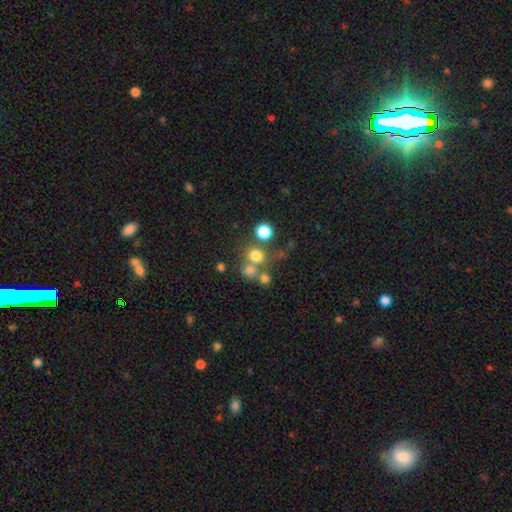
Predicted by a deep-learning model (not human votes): Smooth or featured? smooth (70%)
How rounded? round (87%)
Merging? none (58%)